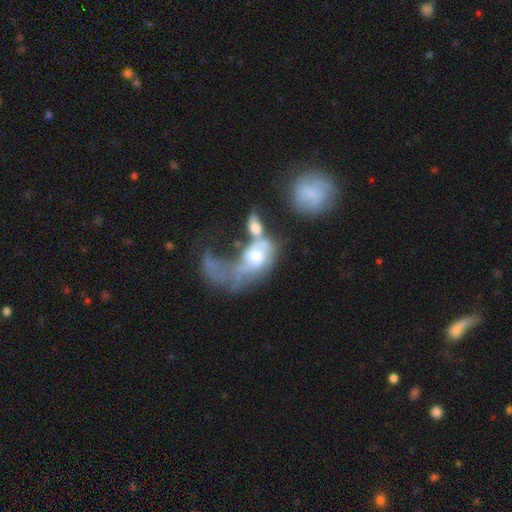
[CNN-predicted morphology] A featured or disk galaxy (64%) with no bar (71%), spiral arms (61%) and a moderate central bulge (52%).

Vote fractions:
- Smooth or featured? featured or disk: 64% / smooth: 27% / star or artifact: 9%
- Edge-on disk? no: 94% / yes: 6%
- Bar? no: 71% / weak: 23% / strong: 6%
- Spiral arms? yes: 61% / no: 39%
- Bulge size? moderate: 52% / large: 22% / small: 17% / none: 6% / dominant: 3%
- Merging? merger: 49% / major disturbance: 37% / none: 8% / minor disturbance: 6%